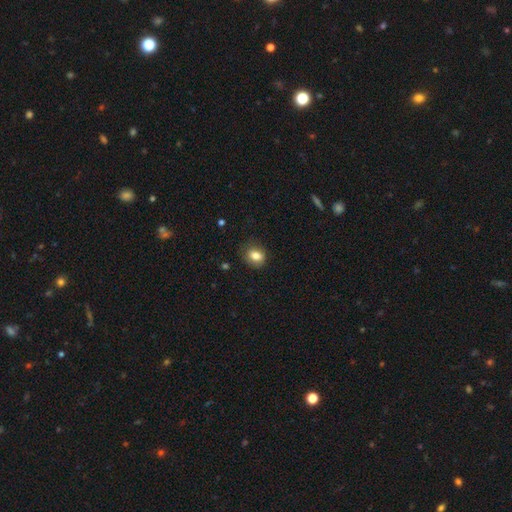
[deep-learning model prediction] A smooth galaxy with no disk features (82%) that is round (51%). Merging: none (76%).